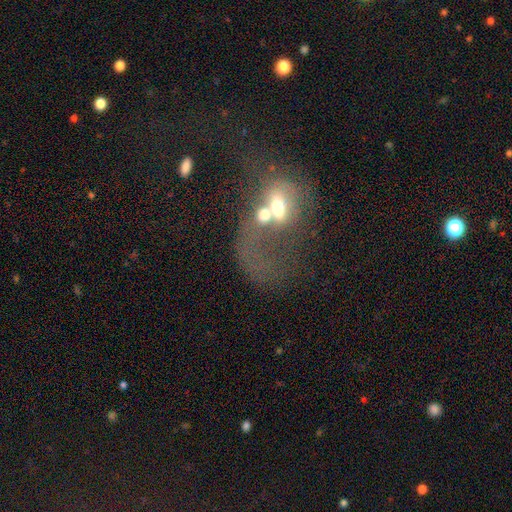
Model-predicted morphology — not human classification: This is possibly a featured or disk galaxy (47%). Merging: likely merger (63%).